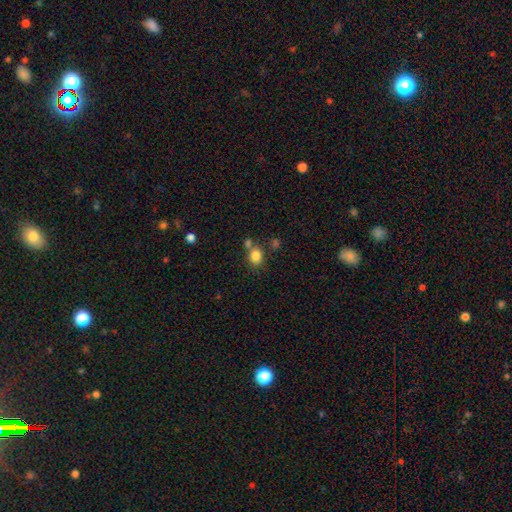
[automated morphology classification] Smooth or featured? Predicted: smooth (p=0.83). How rounded? Predicted: round (p=0.55). Merging? Predicted: none (p=0.62).